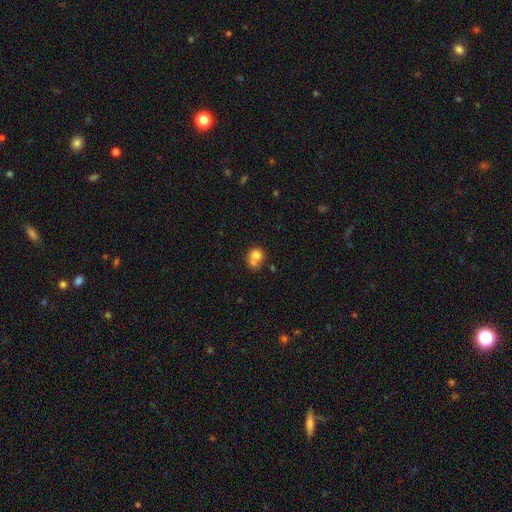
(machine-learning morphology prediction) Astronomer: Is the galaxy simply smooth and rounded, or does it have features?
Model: smooth — 74%.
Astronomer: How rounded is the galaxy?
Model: round — 70%.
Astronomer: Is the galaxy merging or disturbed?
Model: merger — 48% (runner-up: none, 32%).